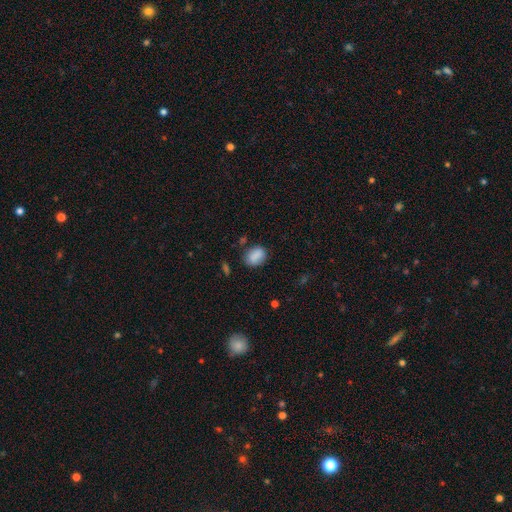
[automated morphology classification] A smooth galaxy with no disk features (86%) that is in between round and cigar-shaped (72%). Merging: none (76%).